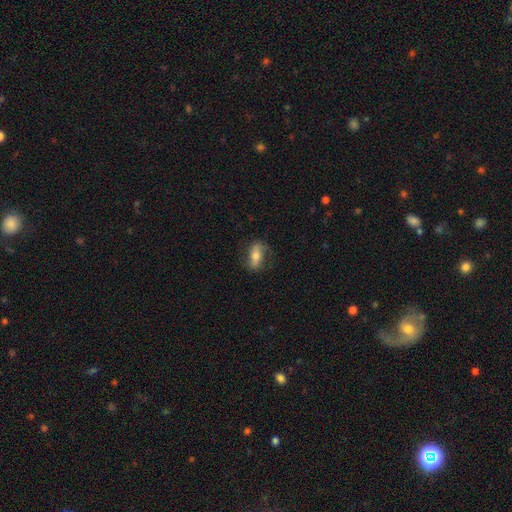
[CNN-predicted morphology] Q: Smooth or featured?
A: featured or disk (47%); runner-up: smooth (46%)
Q: Merging?
A: none (71%); runner-up: minor disturbance (19%)